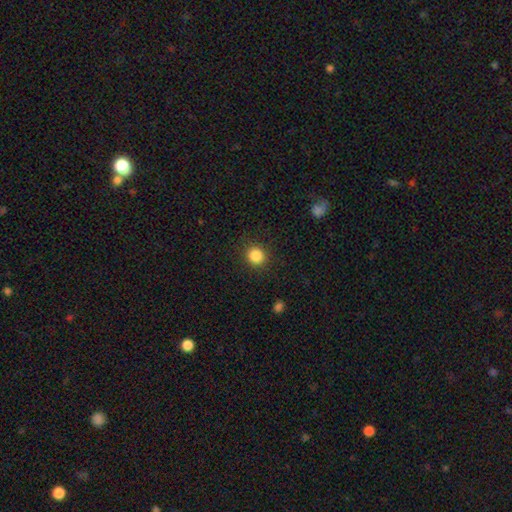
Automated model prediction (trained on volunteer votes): Smooth or featured: smooth — 85% (star or artifact — 11%)
How rounded: round — 90% (in between — 9%)
Merging: none — 90% (minor disturbance — 6%)